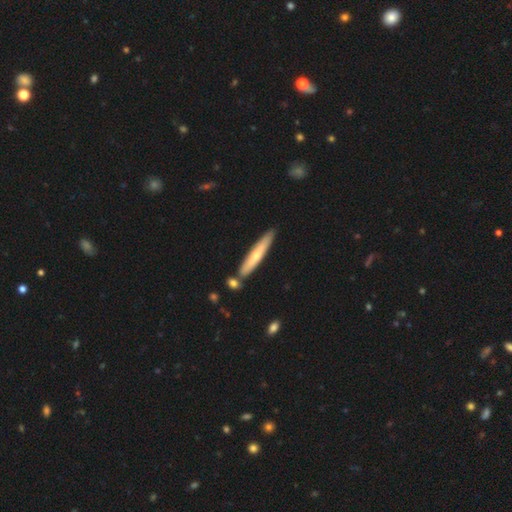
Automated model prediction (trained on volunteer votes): The model was most divided on "smooth or featured": smooth: 55%, featured or disk: 40%, star or artifact: 5%. More confident: how rounded — cigar-shaped (93%); merging — none (80%).